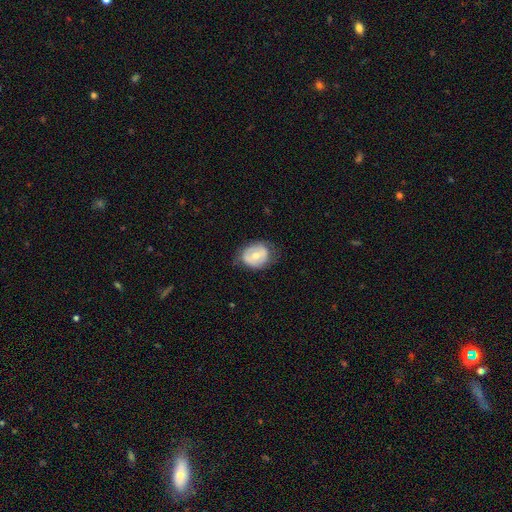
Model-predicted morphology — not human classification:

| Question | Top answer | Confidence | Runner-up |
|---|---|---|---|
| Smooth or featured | smooth | 48% | featured or disk (46%) |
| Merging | none | 63% | minor disturbance (25%) |